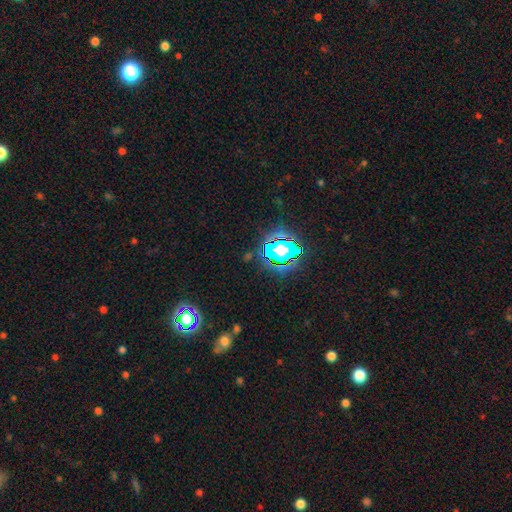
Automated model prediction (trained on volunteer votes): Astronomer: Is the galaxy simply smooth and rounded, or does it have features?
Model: star or artifact — 79%.